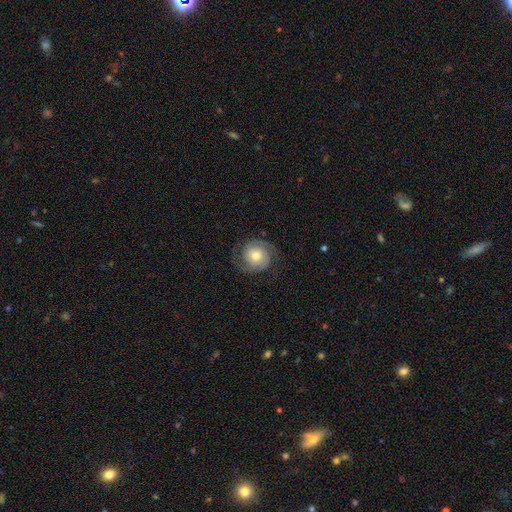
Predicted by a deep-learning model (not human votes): Q: Smooth or featured?
A: featured or disk (72%); runner-up: smooth (20%)
Q: Edge-on disk?
A: no (98%); runner-up: yes (2%)
Q: Bar?
A: no (78%); runner-up: weak (18%)
Q: Spiral arms?
A: yes (93%); runner-up: no (7%)
Q: Spiral winding?
A: tight (49%); runner-up: medium (38%)
Q: Spiral arm count?
A: 2 (88%); runner-up: can't tell (5%)
Q: Bulge size?
A: moderate (65%); runner-up: small (21%)
Q: Merging?
A: none (79%); runner-up: minor disturbance (13%)